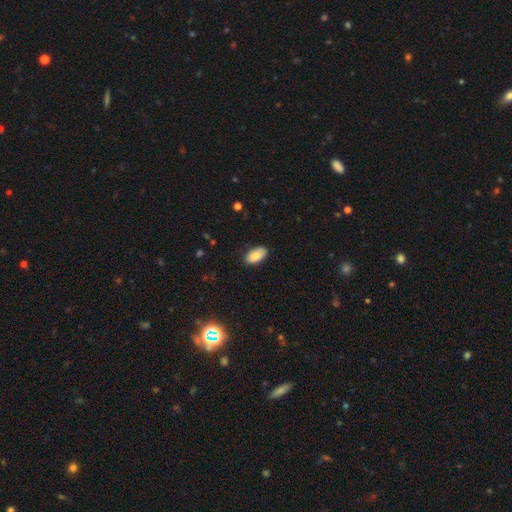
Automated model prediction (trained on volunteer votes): Smooth or featured: smooth — 86% (star or artifact — 7%)
How rounded: in between — 95% (round — 3%)
Merging: none — 86% (minor disturbance — 11%)